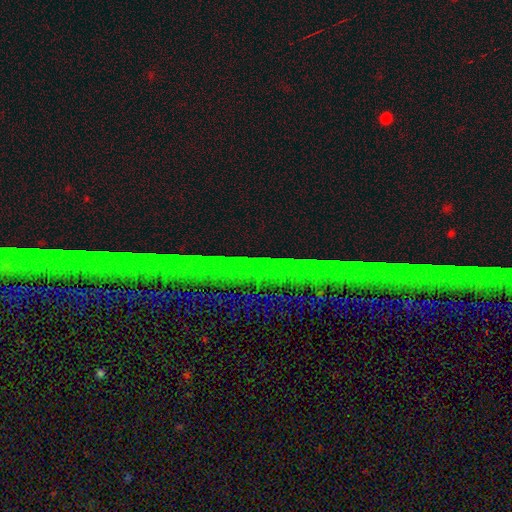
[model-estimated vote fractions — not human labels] A star or artifact, not a galaxy (81%).

Vote fractions:
- Smooth or featured? star or artifact: 81% / featured or disk: 11% / smooth: 8%